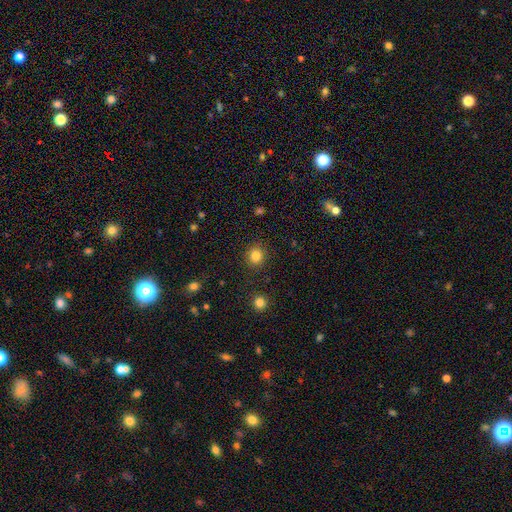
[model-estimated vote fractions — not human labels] smooth 83%, star or artifact 12%, featured or disk 5%. Down the decision tree: how rounded — round (86%); merging — none (90%).